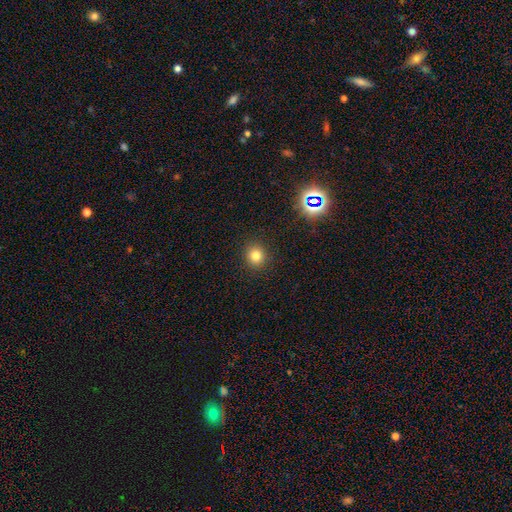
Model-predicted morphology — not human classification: A smooth galaxy with no disk features (80%) that is round (86%). Merging: none (91%).